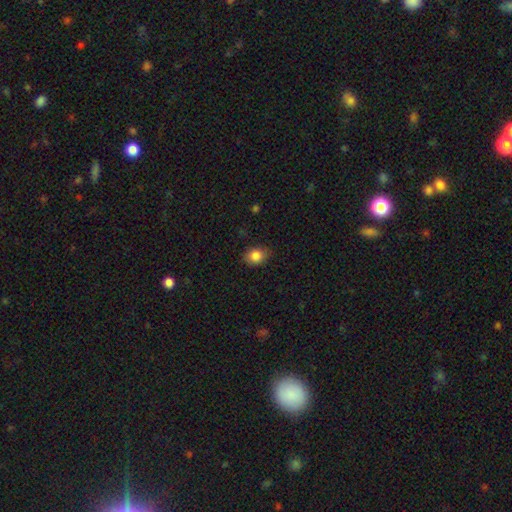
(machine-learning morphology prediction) smooth-or-featured: smooth: 85% | star or artifact: 9% | featured or disk: 5%
  how-rounded: in between: 51% | round: 48% | cigar-shaped: 1%
  merging: none: 82% | minor disturbance: 15% | major disturbance: 3% | merger: 1%